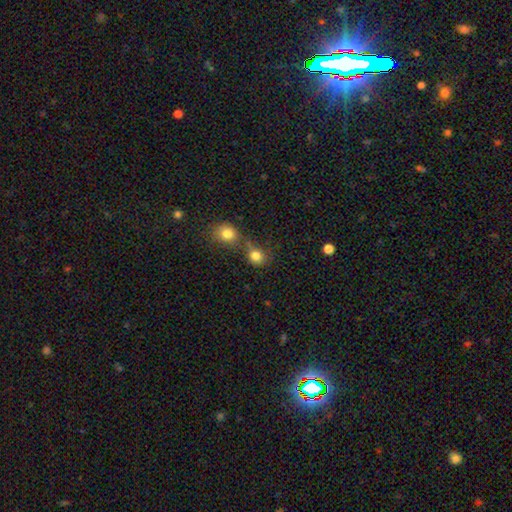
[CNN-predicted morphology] Q: Smooth or featured?
A: smooth (81%); runner-up: star or artifact (12%)
Q: How rounded?
A: round (78%); runner-up: in between (21%)
Q: Merging?
A: none (44%); runner-up: merger (39%)